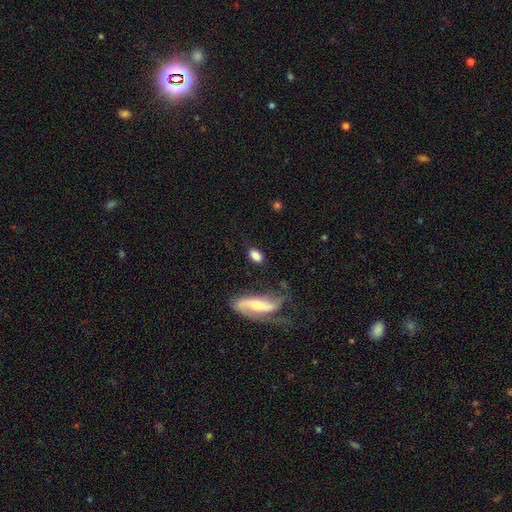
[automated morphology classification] Q: Smooth or featured?
A: smooth (79%); runner-up: featured or disk (14%)
Q: How rounded?
A: in between (82%); runner-up: round (11%)
Q: Merging?
A: none (71%); runner-up: minor disturbance (16%)